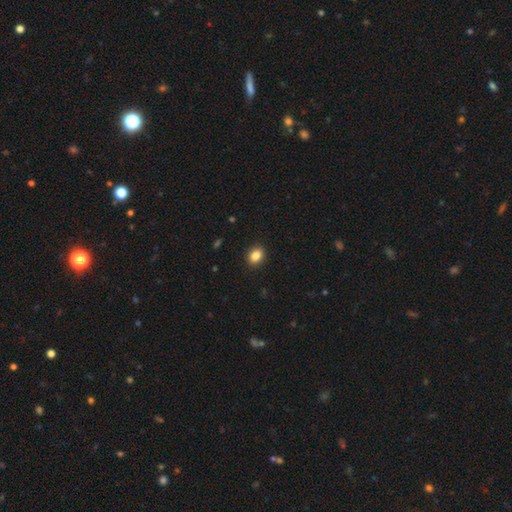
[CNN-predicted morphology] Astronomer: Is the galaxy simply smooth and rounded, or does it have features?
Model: smooth — 86%.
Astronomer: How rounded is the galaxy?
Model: in between — 61% (runner-up: round, 37%).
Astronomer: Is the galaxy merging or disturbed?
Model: none — 91%.